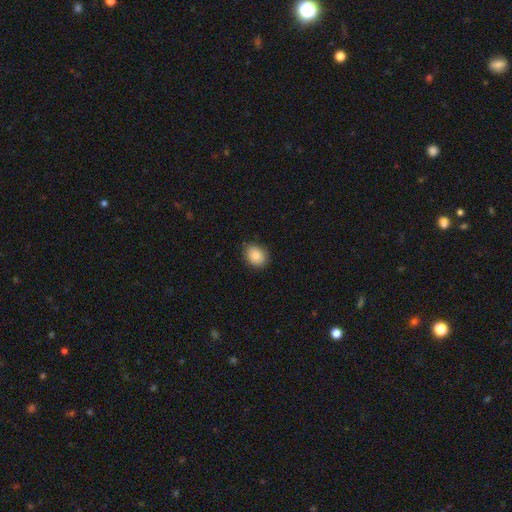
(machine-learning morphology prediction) smooth 86%, star or artifact 8%, featured or disk 6%. Down the decision tree: how rounded — in between (52%); merging — none (82%).